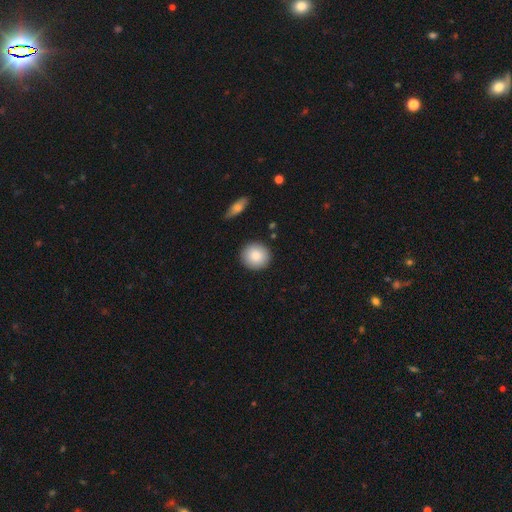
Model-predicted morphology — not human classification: Smooth or featured?
  - smooth: 86% *
  - star or artifact: 7%
  - featured or disk: 7%
How rounded?
  - round: 90% *
  - in between: 9%
  - cigar-shaped: 1%
Merging?
  - none: 90% *
  - minor disturbance: 7%
  - major disturbance: 2%
  - merger: 2%